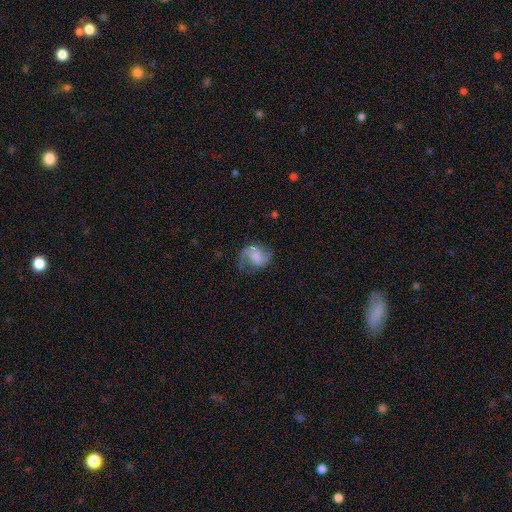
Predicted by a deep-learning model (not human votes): Q: Smooth or featured?
A: featured or disk (79%); runner-up: smooth (14%)
Q: Edge-on disk?
A: no (98%); runner-up: yes (2%)
Q: Bar?
A: no (50%); runner-up: weak (40%)
Q: Spiral arms?
A: yes (95%); runner-up: no (5%)
Q: Spiral winding?
A: medium (49%); runner-up: loose (39%)
Q: Spiral arm count?
A: 2 (87%); runner-up: 1 (6%)
Q: Bulge size?
A: none (45%); runner-up: moderate (20%)
Q: Merging?
A: none (69%); runner-up: minor disturbance (18%)